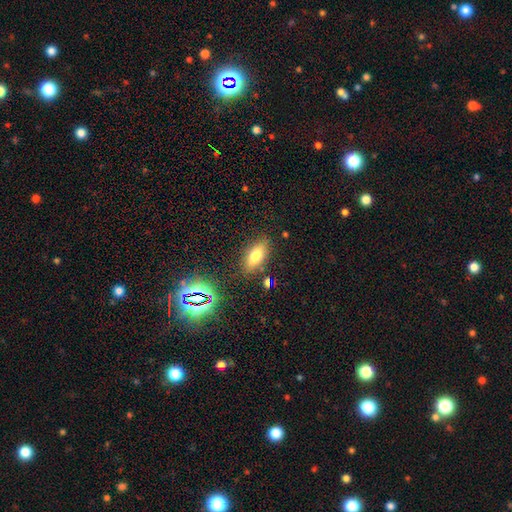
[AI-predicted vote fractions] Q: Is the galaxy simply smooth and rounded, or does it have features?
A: smooth — 67%.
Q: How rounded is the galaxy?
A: in between — 78%.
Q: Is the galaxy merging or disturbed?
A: none — 83%.